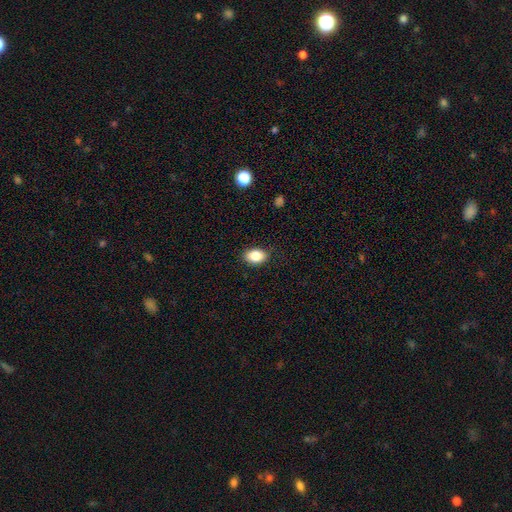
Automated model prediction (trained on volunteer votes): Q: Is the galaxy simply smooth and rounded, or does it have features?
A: smooth — 85%.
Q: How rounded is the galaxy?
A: in between — 85%.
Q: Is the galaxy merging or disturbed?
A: none — 86%.